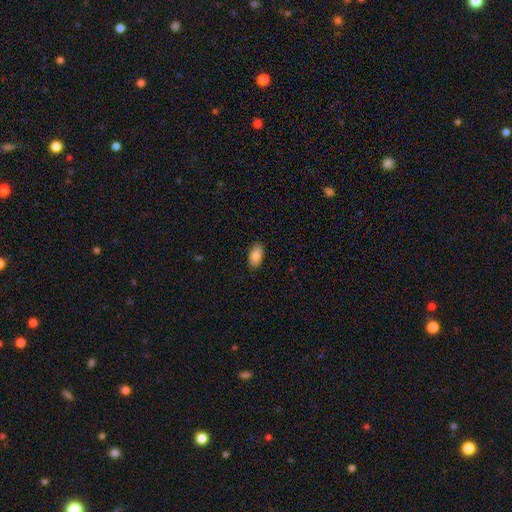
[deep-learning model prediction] smooth 86%, featured or disk 7%, star or artifact 7%. Down the decision tree: how rounded — in between (94%); merging — none (88%).